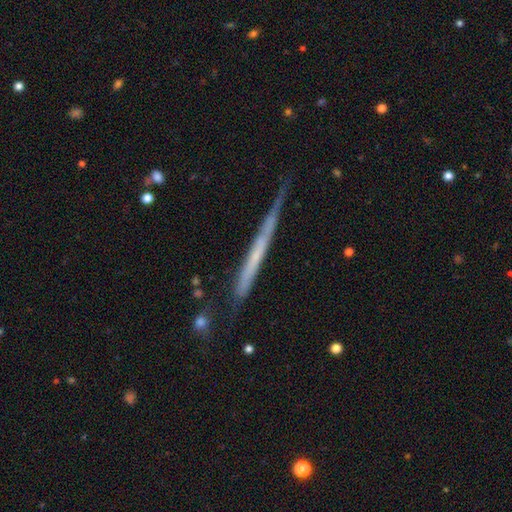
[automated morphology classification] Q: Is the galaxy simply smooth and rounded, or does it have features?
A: featured or disk — 58%.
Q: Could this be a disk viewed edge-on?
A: yes — 95%.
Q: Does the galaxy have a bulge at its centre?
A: none — 87%.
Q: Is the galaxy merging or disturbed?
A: none — 72%.